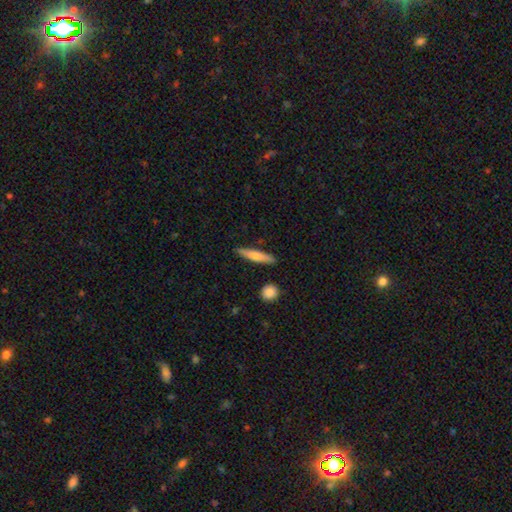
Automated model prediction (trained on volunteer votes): smooth_or_featured: smooth (p=0.58) [alt: featured or disk p=0.36]
how_rounded: cigar-shaped (p=0.86) [alt: in between p=0.12]
merging: none (p=0.88) [alt: minor disturbance p=0.08]